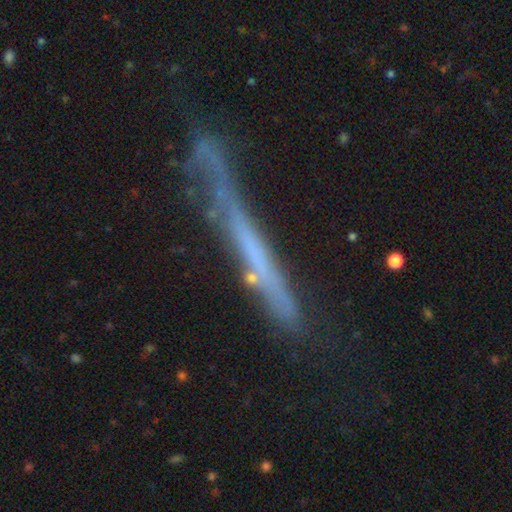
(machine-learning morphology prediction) smooth_or_featured: featured or disk (p=0.60) [alt: smooth p=0.30]
disk_edge_on: yes (p=0.87) [alt: no p=0.13]
edge_on_bulge: none (p=0.88) [alt: rounded p=0.07]
merging: none (p=0.62) [alt: minor disturbance p=0.24]